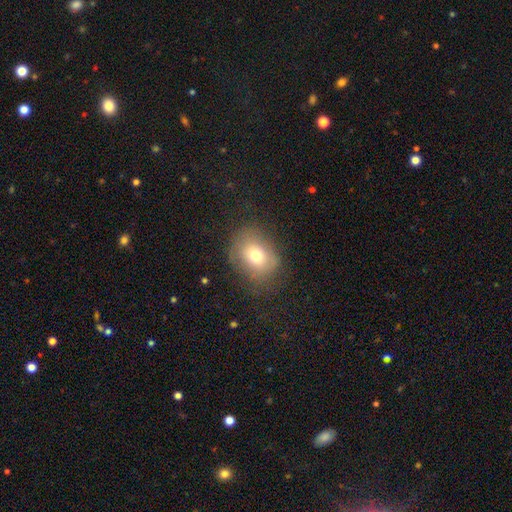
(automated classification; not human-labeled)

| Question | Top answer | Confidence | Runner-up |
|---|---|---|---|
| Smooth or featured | smooth | 71% | featured or disk (17%) |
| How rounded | in between | 55% | round (44%) |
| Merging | none | 69% | minor disturbance (20%) |